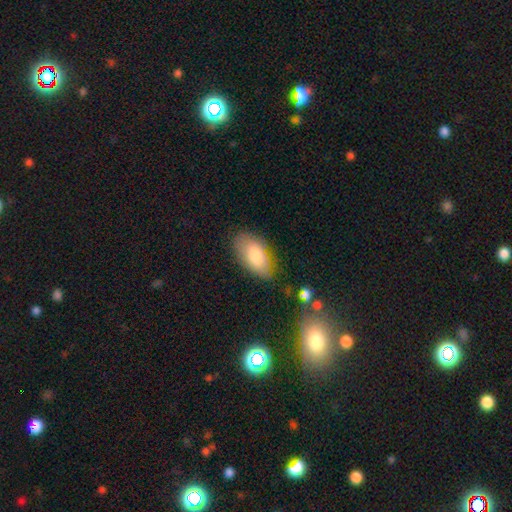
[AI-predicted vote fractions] Smooth or featured?
  - smooth: 79% *
  - featured or disk: 14%
  - star or artifact: 7%
How rounded?
  - in between: 94% *
  - cigar-shaped: 3%
  - round: 3%
Merging?
  - none: 75% *
  - minor disturbance: 19%
  - major disturbance: 4%
  - merger: 2%